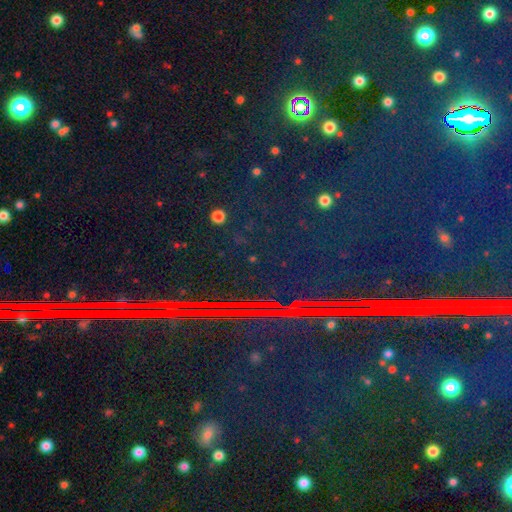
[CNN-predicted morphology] Q: Smooth or featured?
A: star or artifact (86%); runner-up: smooth (7%)